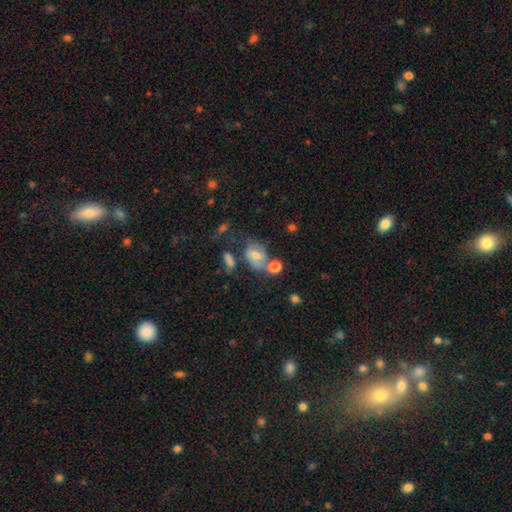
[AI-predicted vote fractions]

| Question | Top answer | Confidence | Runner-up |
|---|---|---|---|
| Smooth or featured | smooth | 50% | featured or disk (35%) |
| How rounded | in between | 63% | round (35%) |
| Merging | none | 44% | merger (23%) |